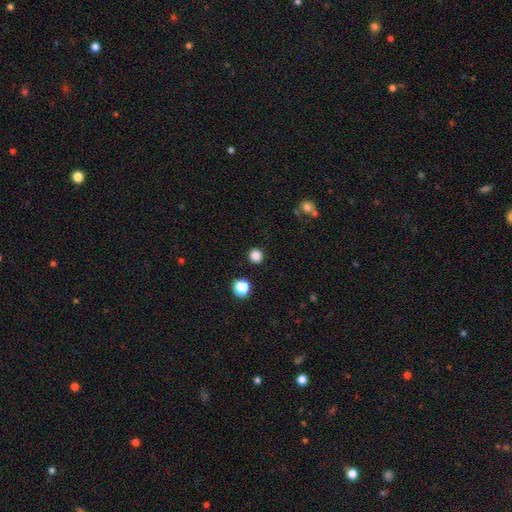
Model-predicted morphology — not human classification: type=smooth (85%); roundness=round (93%); merging=none (92%).